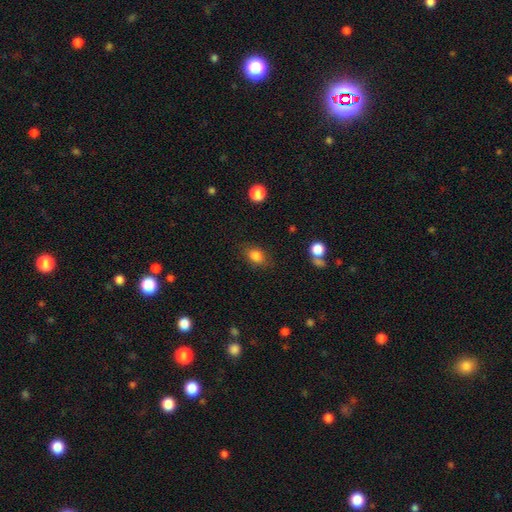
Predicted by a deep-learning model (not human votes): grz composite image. It shows a smooth galaxy with no disk features (83%) that is in between round and cigar-shaped (71%). Merging: none (81%).